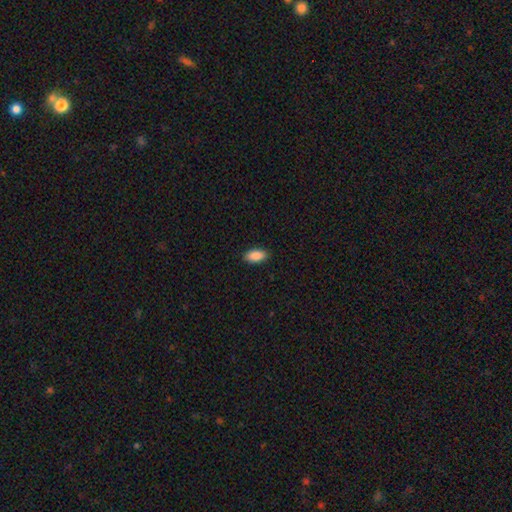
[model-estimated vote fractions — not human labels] A smooth galaxy with no disk features (90%) that is in between round and cigar-shaped (92%).

Vote fractions:
- Smooth or featured? smooth: 90% / star or artifact: 7% / featured or disk: 4%
- How rounded? in between: 92% / cigar-shaped: 5% / round: 2%
- Merging? none: 89% / minor disturbance: 8% / major disturbance: 2% / merger: 1%